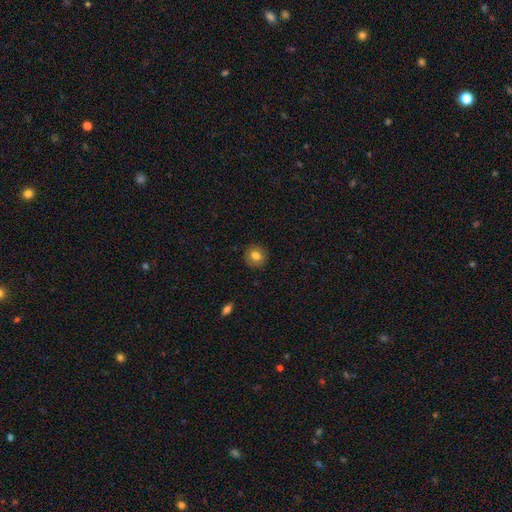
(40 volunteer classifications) Smooth or featured: smooth — 78% (featured or disk — 15%)
How rounded: round — 77% (in between — 23%)
Merging: none — 84% (minor disturbance — 14%)